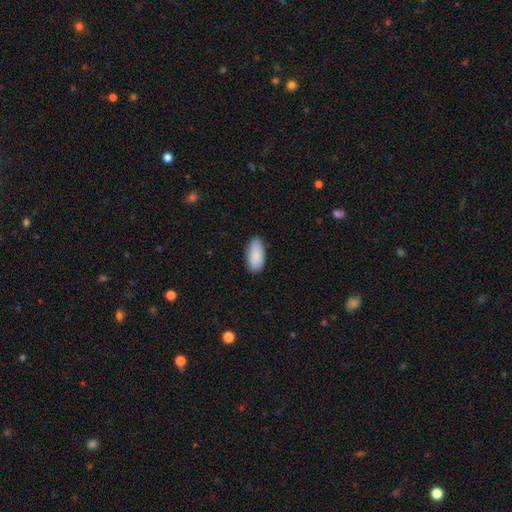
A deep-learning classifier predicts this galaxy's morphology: A smooth galaxy with no disk features (89%) that is in between round and cigar-shaped (92%).

Vote fractions:
- Smooth or featured? smooth: 89% / star or artifact: 6% / featured or disk: 5%
- How rounded? in between: 92% / cigar-shaped: 6% / round: 2%
- Merging? none: 85% / minor disturbance: 12% / major disturbance: 2% / merger: 1%